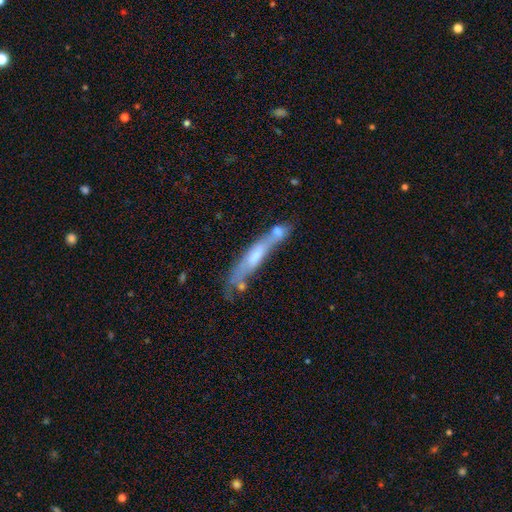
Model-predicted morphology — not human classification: A featured or disk galaxy (57%) viewed edge-on (73%).

Vote fractions:
- Smooth or featured? featured or disk: 57% / smooth: 34% / star or artifact: 9%
- Edge-on disk? yes: 73% / no: 27%
- Merging? none: 40% / merger: 31% / minor disturbance: 18% / major disturbance: 11%